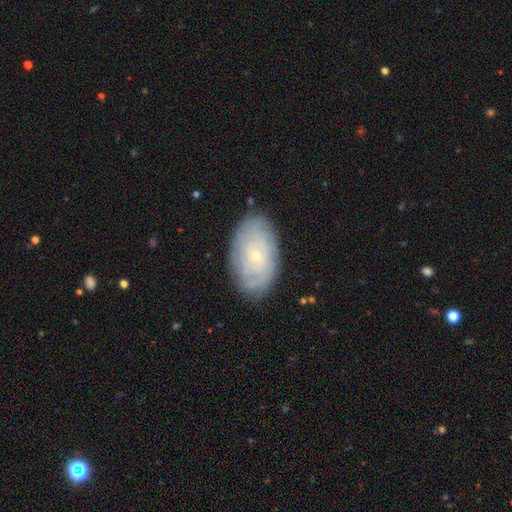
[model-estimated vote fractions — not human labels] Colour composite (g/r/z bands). It shows a featured or disk galaxy (67%) with no bar (83%), tight (79%) spiral arms (83%) and a small central bulge (83%). Merging: none (82%).